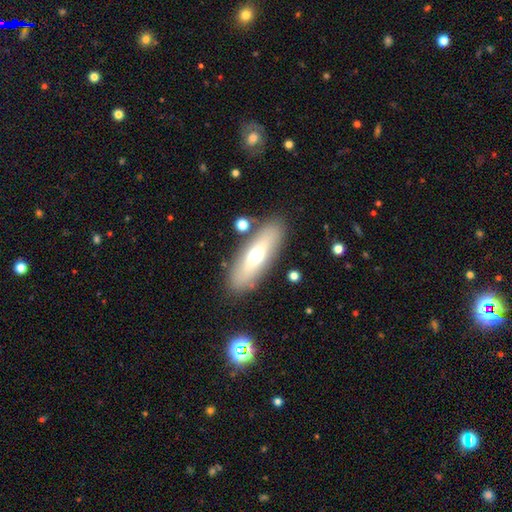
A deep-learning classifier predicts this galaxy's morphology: Q: Smooth or featured?
A: smooth (57%); runner-up: featured or disk (36%)
Q: How rounded?
A: in between (58%); runner-up: cigar-shaped (39%)
Q: Merging?
A: none (83%); runner-up: minor disturbance (10%)